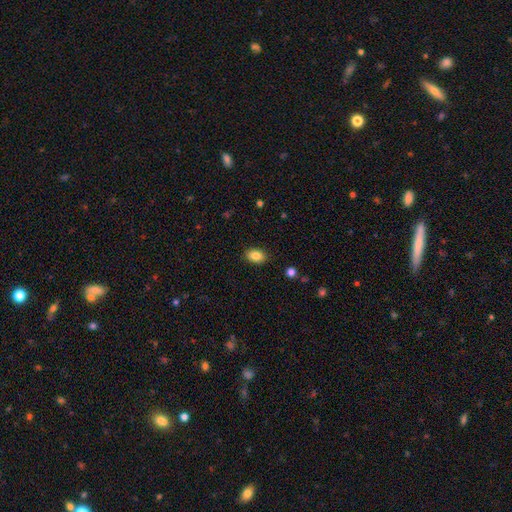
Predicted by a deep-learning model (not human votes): Smooth or featured: smooth — 85% (star or artifact — 9%)
How rounded: in between — 81% (round — 18%)
Merging: none — 88% (minor disturbance — 9%)